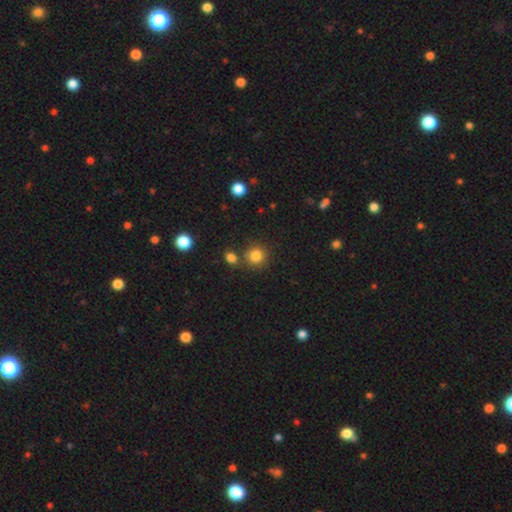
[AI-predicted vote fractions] Q: Smooth or featured?
A: smooth (82%); runner-up: star or artifact (13%)
Q: How rounded?
A: round (90%); runner-up: in between (9%)
Q: Merging?
A: none (75%); runner-up: merger (13%)